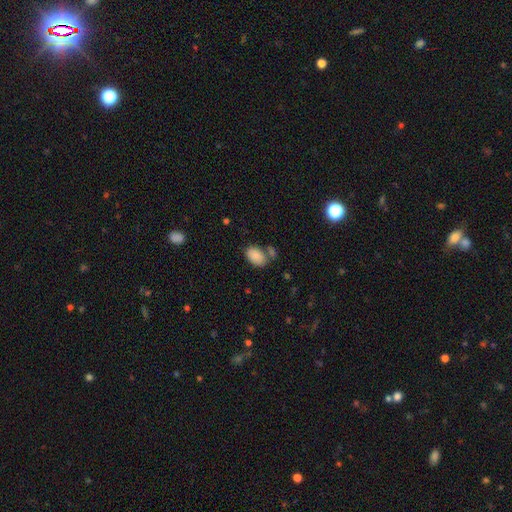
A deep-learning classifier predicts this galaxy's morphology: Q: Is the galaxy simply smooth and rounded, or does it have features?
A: smooth — 87%.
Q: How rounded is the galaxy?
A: in between — 90%.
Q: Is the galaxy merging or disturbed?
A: none — 63%.